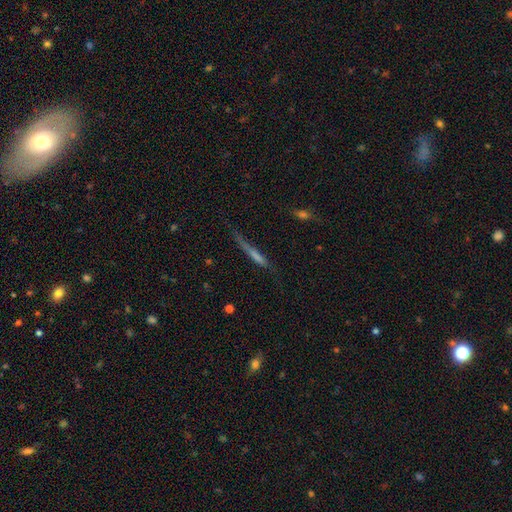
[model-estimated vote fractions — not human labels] Morphology: type=featured or disk (55%); edge-on=yes (90%); merging=none (75%).